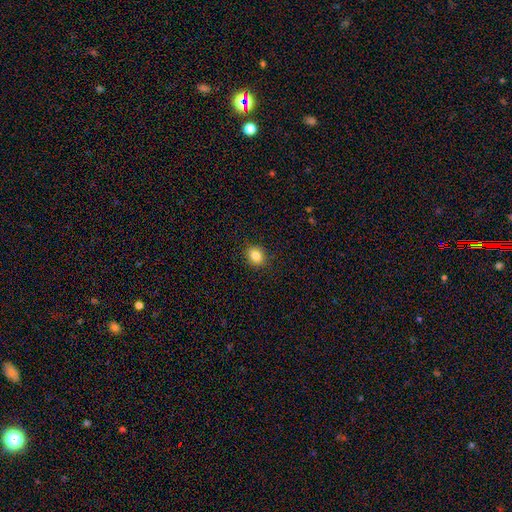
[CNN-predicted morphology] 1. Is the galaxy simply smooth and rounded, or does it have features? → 84% smooth, 10% star or artifact, 6% featured or disk.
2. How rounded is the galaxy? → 62% round, 37% in between, 1% cigar-shaped.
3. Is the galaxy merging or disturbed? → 90% none, 7% minor disturbance, 2% major disturbance, 1% merger.